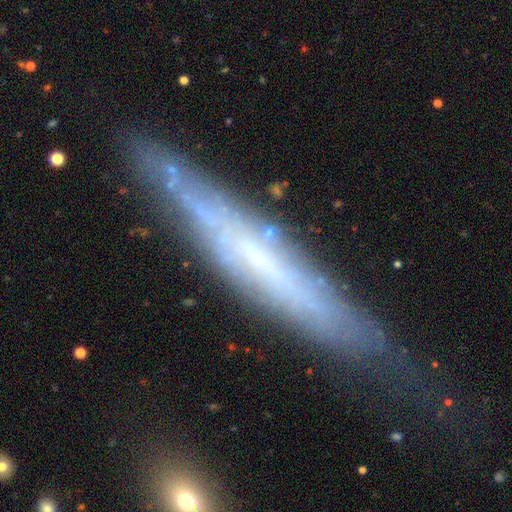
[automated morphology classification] Overall: featured or disk (62%; smooth 29%). Edge-on disk: yes (80%). Merging: none (74%).